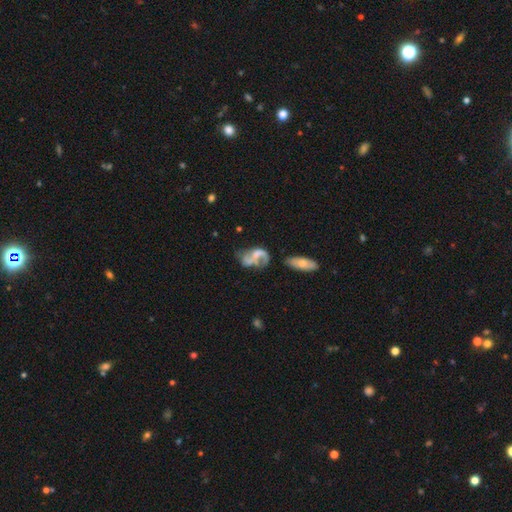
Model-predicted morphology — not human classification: Overall: featured or disk (63%; smooth 28%). Edge-on disk: no (96%). Bar: no (64%; weak 26%). Spiral arms: yes (58%; no 42%). Bulge size: none (50%; small 24%). Merging: major disturbance (31%; none 29%).